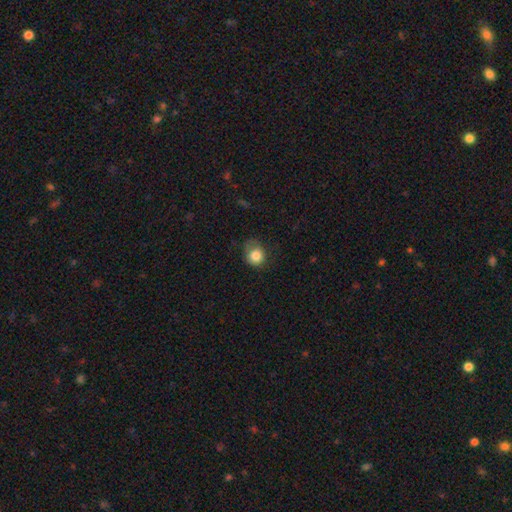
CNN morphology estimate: Smooth or featured? Predicted: smooth (p=0.83). How rounded? Predicted: round (p=0.72). Merging? Predicted: none (p=0.53).